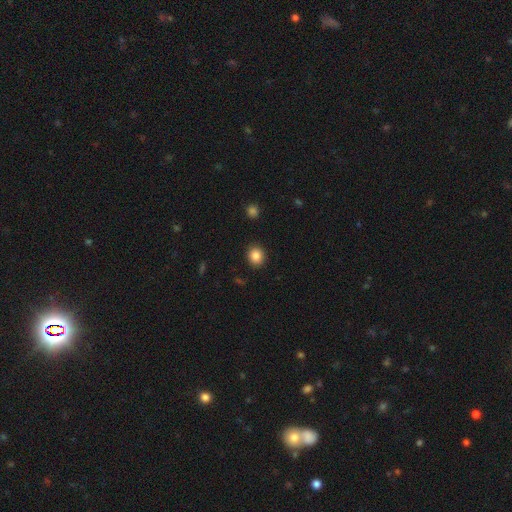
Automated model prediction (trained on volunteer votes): smooth-or-featured: smooth: 86% | star or artifact: 10% | featured or disk: 4%
  how-rounded: round: 78% | in between: 21% | cigar-shaped: 1%
  merging: none: 90% | minor disturbance: 6% | major disturbance: 2% | merger: 1%